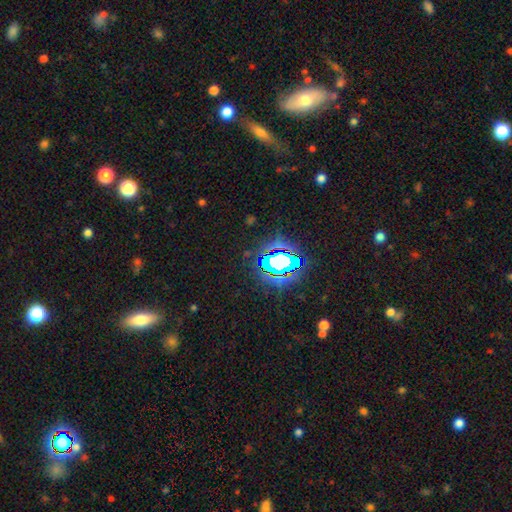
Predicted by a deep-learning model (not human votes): Smooth or featured? Predicted: star or artifact (p=0.70).